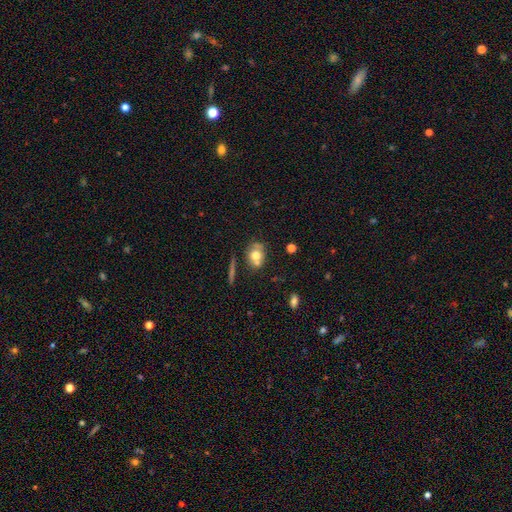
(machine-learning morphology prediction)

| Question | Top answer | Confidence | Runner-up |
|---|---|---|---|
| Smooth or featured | smooth | 66% | featured or disk (23%) |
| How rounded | round | 57% | in between (41%) |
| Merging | none | 48% | merger (25%) |